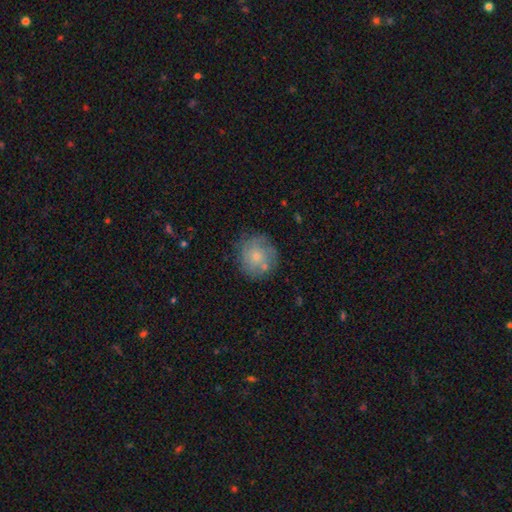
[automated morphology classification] Overall: smooth (59%; featured or disk 32%). How rounded: round (91%). Merging: none (71%).